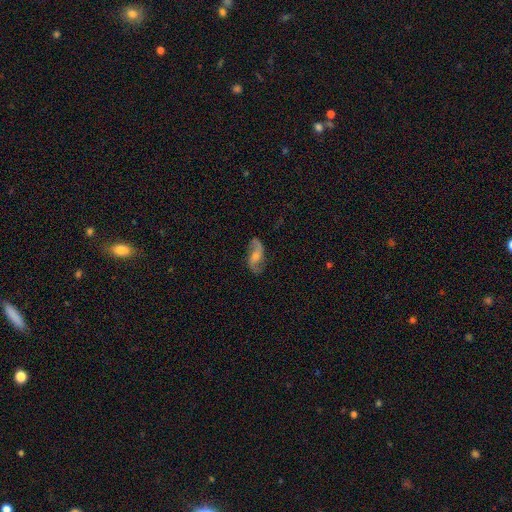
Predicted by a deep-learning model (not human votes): A featured or disk galaxy (83%) with no bar (48%), 2 (92%) loose (54%) spiral arms (96%) and a moderate central bulge (52%).

Vote fractions:
- Smooth or featured? featured or disk: 83% / smooth: 10% / star or artifact: 7%
- Edge-on disk? no: 95% / yes: 5%
- Bar? no: 48% / weak: 40% / strong: 12%
- Spiral arms? yes: 96% / no: 4%
- Spiral winding? loose: 54% / medium: 36% / tight: 11%
- Spiral arm count? 2: 92% / can't tell: 3% / 1: 2% / 3: 1% / 4: 1% / more than 4: 1%
- Bulge size? moderate: 52% / small: 36% / none: 5% / large: 5% / dominant: 1%
- Merging? none: 81% / minor disturbance: 13% / major disturbance: 5% / merger: 1%